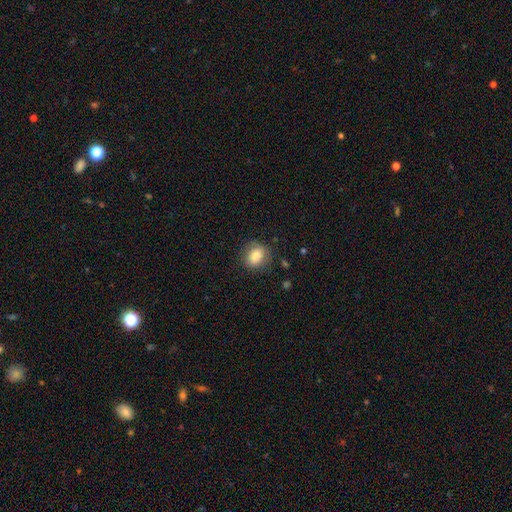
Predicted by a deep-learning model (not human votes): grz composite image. It shows a smooth galaxy with no disk features (81%) that is round (53%). Merging: none (80%).